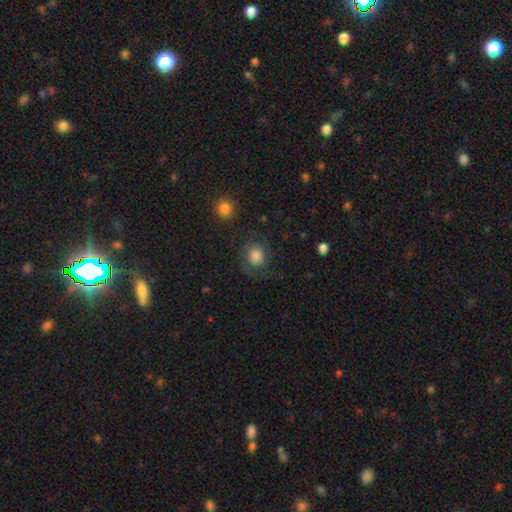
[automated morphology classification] smooth_or_featured: smooth (p=0.69) [alt: featured or disk p=0.21]
how_rounded: round (p=0.77) [alt: in between p=0.22]
merging: none (p=0.64) [alt: minor disturbance p=0.17]